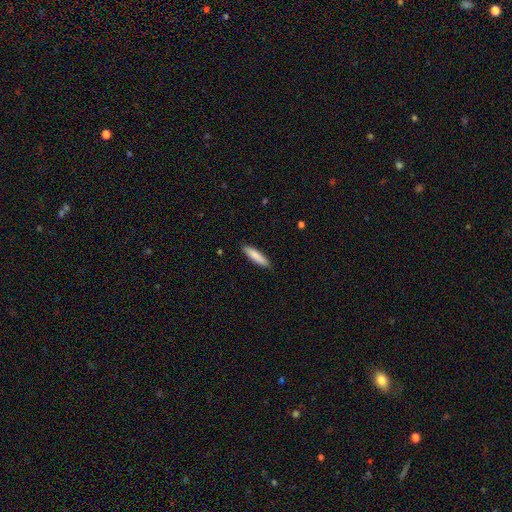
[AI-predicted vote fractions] This appears to be a smooth galaxy with no disk features (85%) that is cigar-shaped (78%). Merging: none (90%).